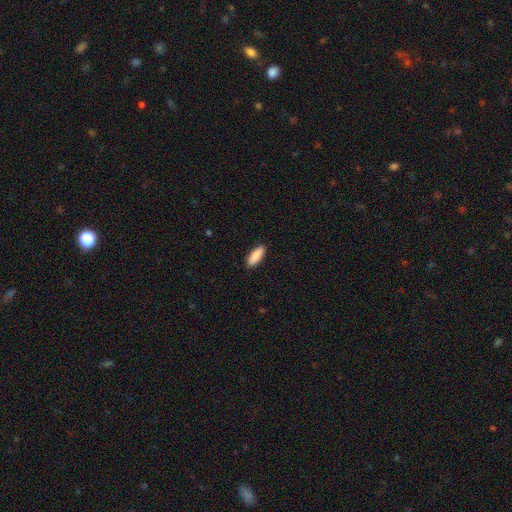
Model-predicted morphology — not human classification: type=smooth (89%); roundness=in between (67%); merging=none (90%).